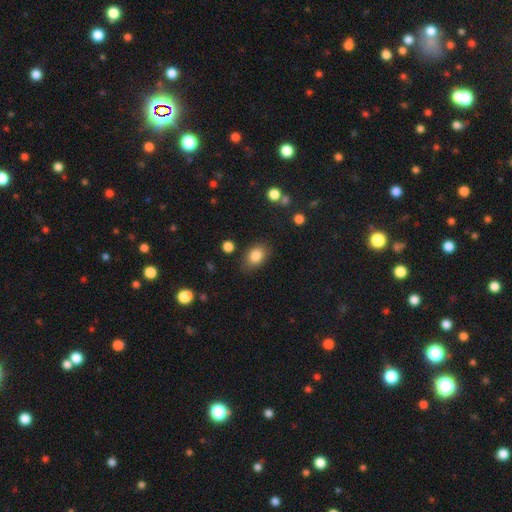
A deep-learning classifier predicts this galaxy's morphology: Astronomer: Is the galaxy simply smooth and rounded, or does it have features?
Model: smooth — 84%.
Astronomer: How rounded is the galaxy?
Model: in between — 75%.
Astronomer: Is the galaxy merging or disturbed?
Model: none — 79%.